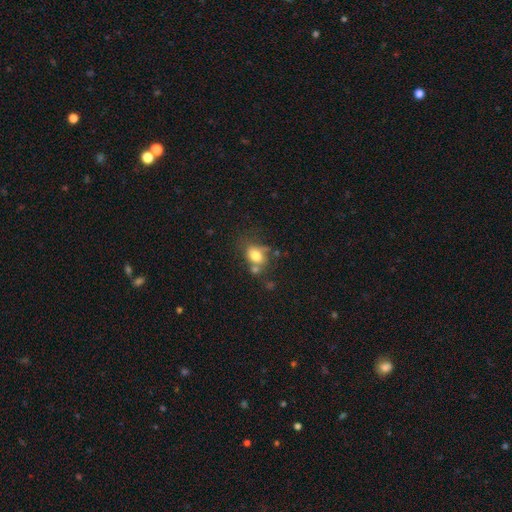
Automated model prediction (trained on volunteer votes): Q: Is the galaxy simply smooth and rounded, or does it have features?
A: smooth — 74%.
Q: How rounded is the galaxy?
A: in between — 60%.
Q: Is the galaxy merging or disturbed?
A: none — 42%.